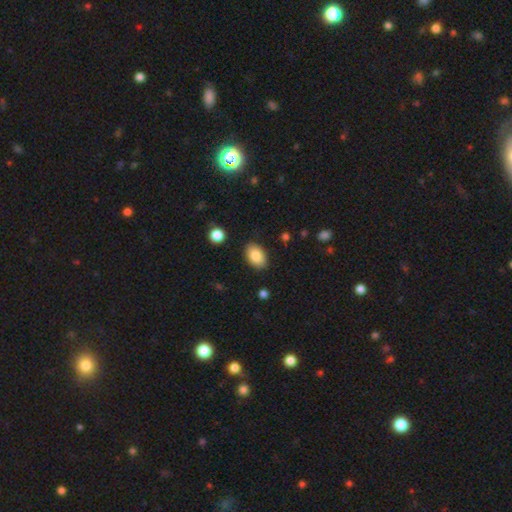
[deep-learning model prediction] Smooth or featured: smooth — 85% (featured or disk — 8%)
How rounded: in between — 89% (round — 10%)
Merging: none — 87% (minor disturbance — 10%)